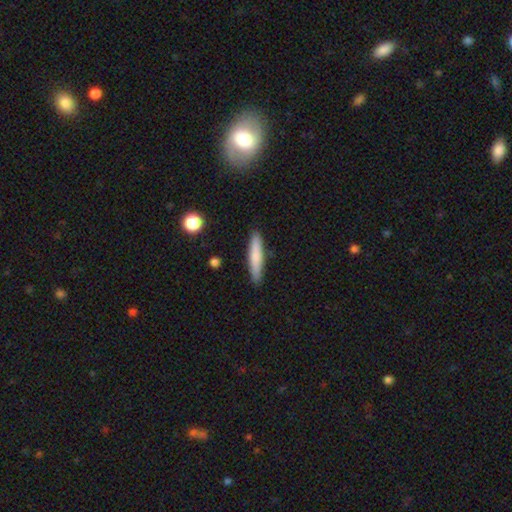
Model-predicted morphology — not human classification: A smooth galaxy with no disk features (74%) that is cigar-shaped (89%). Merging: none (89%).